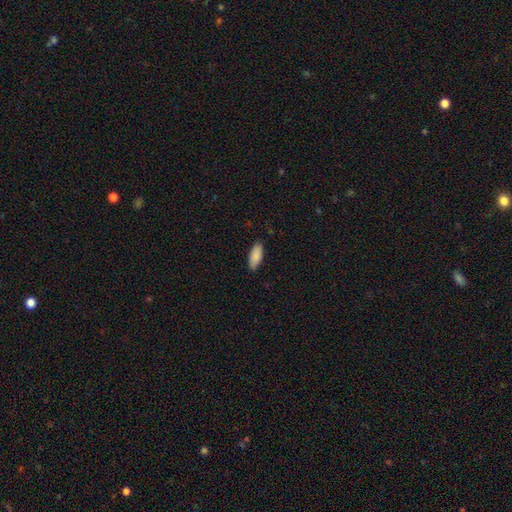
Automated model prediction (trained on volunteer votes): A smooth galaxy with no disk features (89%) that is in between round and cigar-shaped (83%). Merging: none (86%).